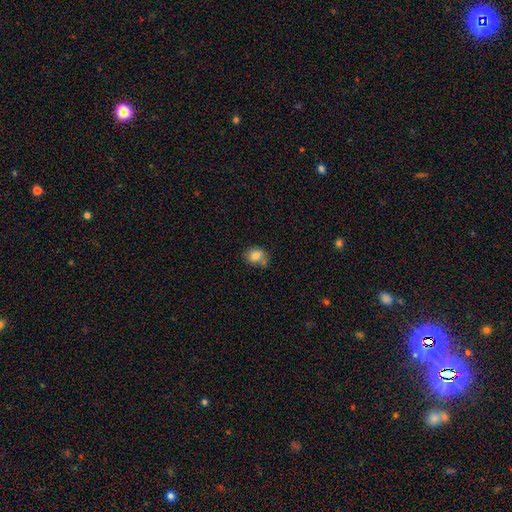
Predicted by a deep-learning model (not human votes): Smooth or featured: smooth — 81% (star or artifact — 10%)
How rounded: round — 56% (in between — 43%)
Merging: none — 58% (minor disturbance — 23%)